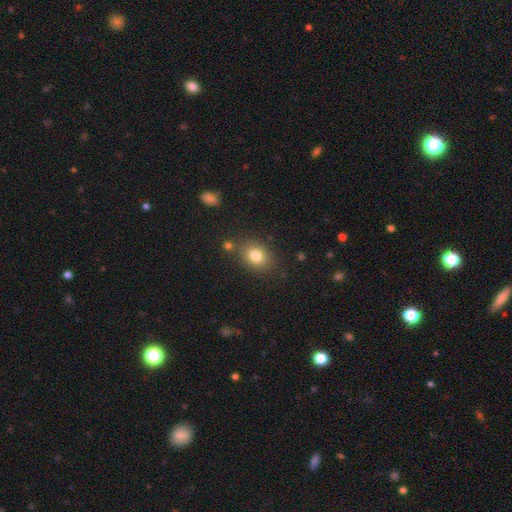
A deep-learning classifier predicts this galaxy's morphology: The model was most divided on "how rounded": in between: 54%, round: 45%, cigar-shaped: 1%. More confident: smooth or featured — smooth (80%); merging — none (78%).